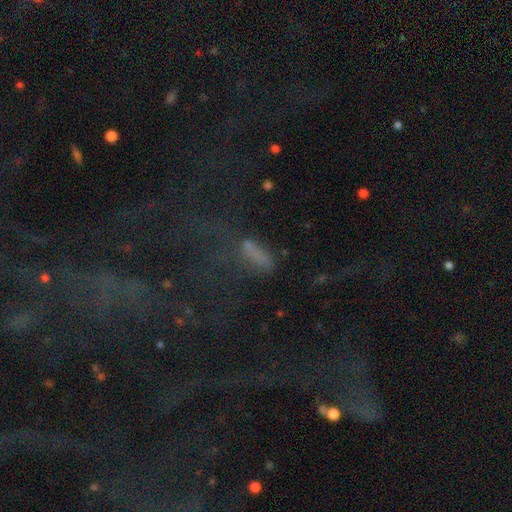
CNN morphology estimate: A smooth galaxy with no disk features (52%) that is cigar-shaped (47%). Merging: none (50%).